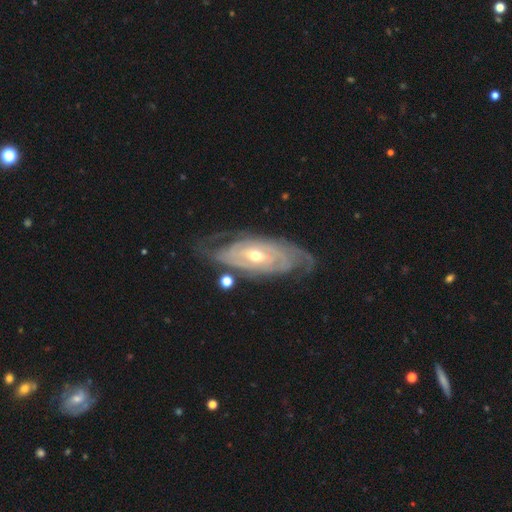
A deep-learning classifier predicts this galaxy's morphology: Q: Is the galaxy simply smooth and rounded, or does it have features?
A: featured or disk — 88%.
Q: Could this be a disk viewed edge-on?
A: no — 91%.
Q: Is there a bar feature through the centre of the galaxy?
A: no — 49%.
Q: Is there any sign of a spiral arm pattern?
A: yes — 94%.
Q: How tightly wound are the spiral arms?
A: tight — 76%.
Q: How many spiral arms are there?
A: can't tell — 40%.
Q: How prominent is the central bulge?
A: moderate — 54%.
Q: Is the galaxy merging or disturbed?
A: none — 70%.